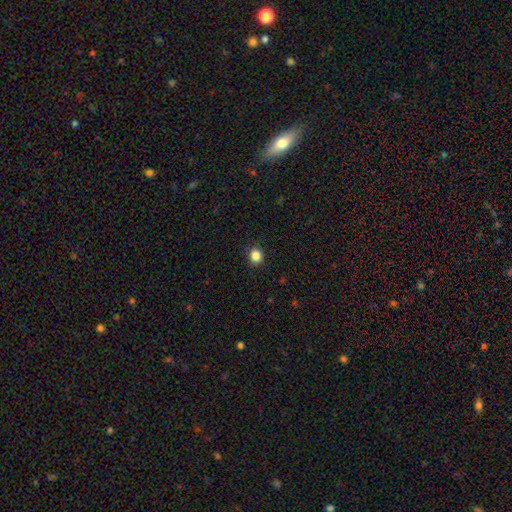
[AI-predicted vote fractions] smooth-or-featured: smooth: 85% | star or artifact: 12% | featured or disk: 4%
  how-rounded: round: 87% | in between: 12% | cigar-shaped: 1%
  merging: none: 90% | minor disturbance: 7% | major disturbance: 2% | merger: 1%